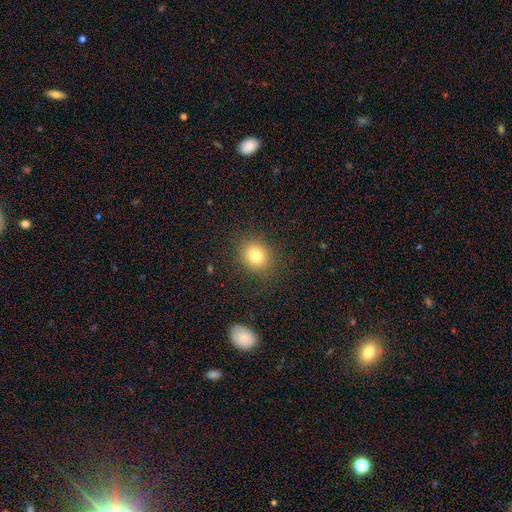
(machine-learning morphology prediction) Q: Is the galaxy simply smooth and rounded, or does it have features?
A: smooth — 78%.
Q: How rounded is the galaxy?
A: round — 78%.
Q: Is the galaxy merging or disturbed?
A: none — 86%.